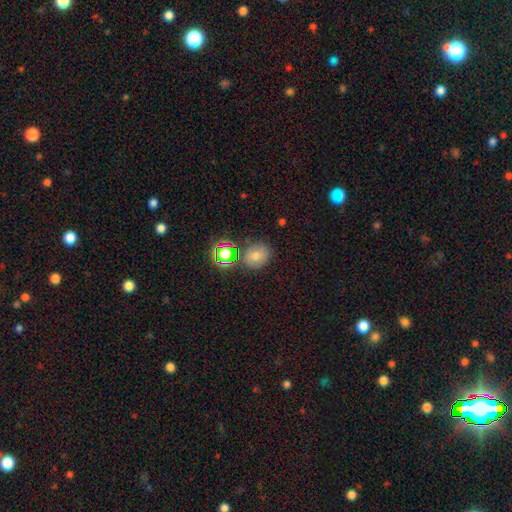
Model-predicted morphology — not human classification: A smooth galaxy with no disk features (51%) that is round (66%).

Vote fractions:
- Smooth or featured? smooth: 51% / star or artifact: 33% / featured or disk: 16%
- How rounded? round: 66% / in between: 33% / cigar-shaped: 1%
- Merging? none: 78% / minor disturbance: 12% / merger: 6% / major disturbance: 4%